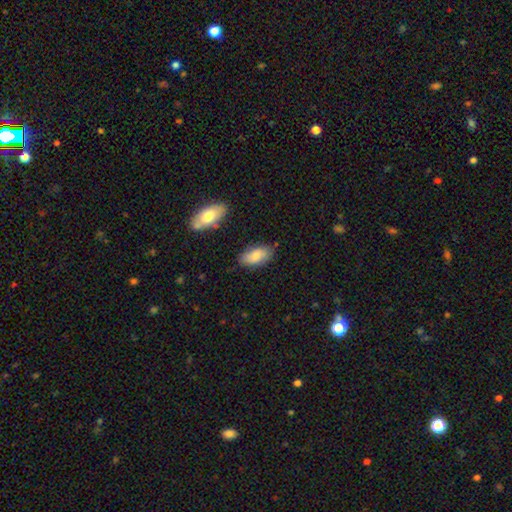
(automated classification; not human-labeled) A smooth galaxy with no disk features (79%) that is in between round and cigar-shaped (92%). Merging: none (78%).